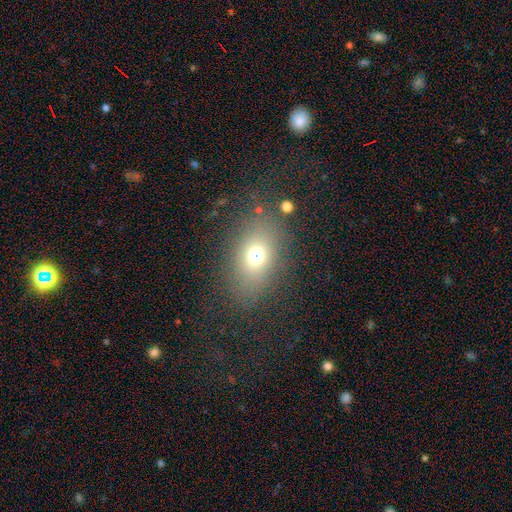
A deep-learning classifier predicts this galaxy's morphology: smooth-or-featured: smooth: 63% | star or artifact: 22% | featured or disk: 15%
  how-rounded: in between: 64% | round: 34% | cigar-shaped: 2%
  merging: none: 75% | minor disturbance: 12% | major disturbance: 7% | merger: 5%